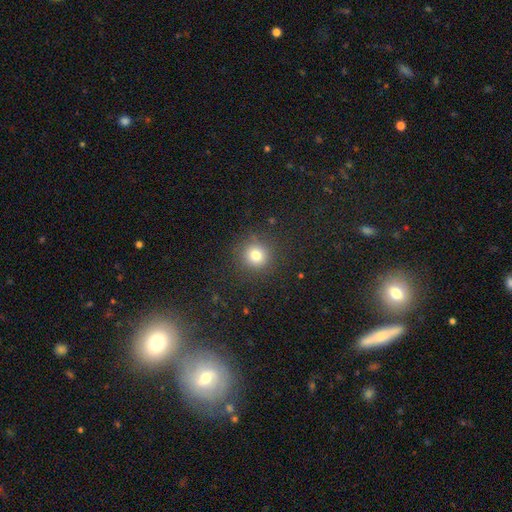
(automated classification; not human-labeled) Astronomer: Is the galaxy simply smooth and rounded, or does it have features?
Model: smooth — 79%.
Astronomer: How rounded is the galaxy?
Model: round — 93%.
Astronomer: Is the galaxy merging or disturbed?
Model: none — 89%.